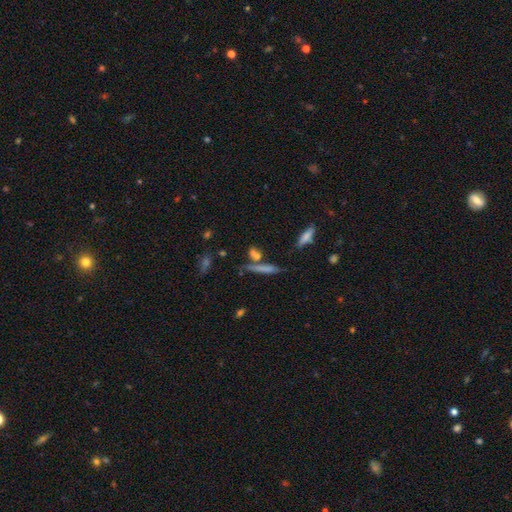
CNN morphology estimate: Overall: smooth (56%; featured or disk 30%). How rounded: cigar-shaped (75%). Merging: none (64%).